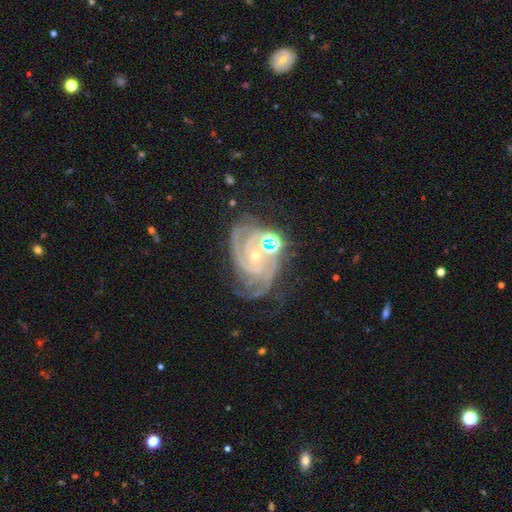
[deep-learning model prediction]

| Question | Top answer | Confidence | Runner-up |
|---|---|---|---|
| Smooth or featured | featured or disk | 88% | star or artifact (7%) |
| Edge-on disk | no | 97% | yes (3%) |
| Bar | no | 69% | weak (22%) |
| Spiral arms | yes | 98% | no (2%) |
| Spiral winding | tight | 70% | medium (26%) |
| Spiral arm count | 3 | 31% | 4 (22%) |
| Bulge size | small | 70% | moderate (26%) |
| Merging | none | 54% | minor disturbance (22%) |